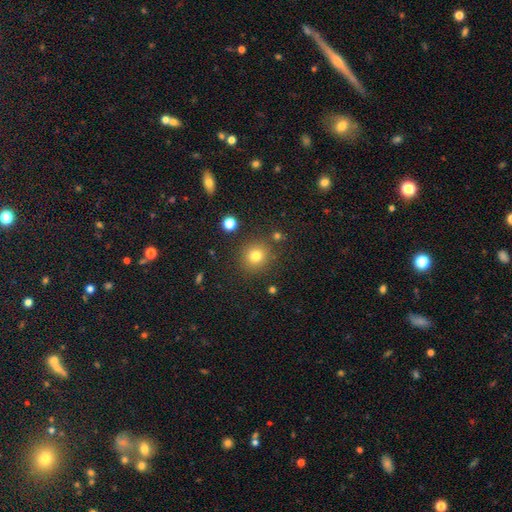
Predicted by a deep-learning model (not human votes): Smooth or featured? smooth (78%)
How rounded? round (91%)
Merging? none (86%)